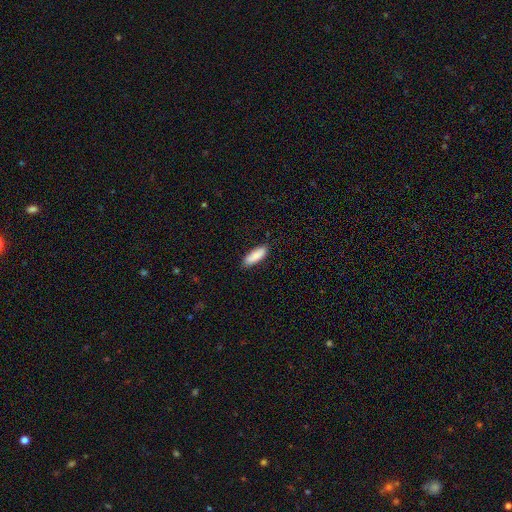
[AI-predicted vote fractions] smooth-or-featured: smooth: 88% | featured or disk: 6% | star or artifact: 6%
  how-rounded: in between: 65% | cigar-shaped: 33% | round: 2%
  merging: none: 87% | minor disturbance: 10% | major disturbance: 2% | merger: 1%